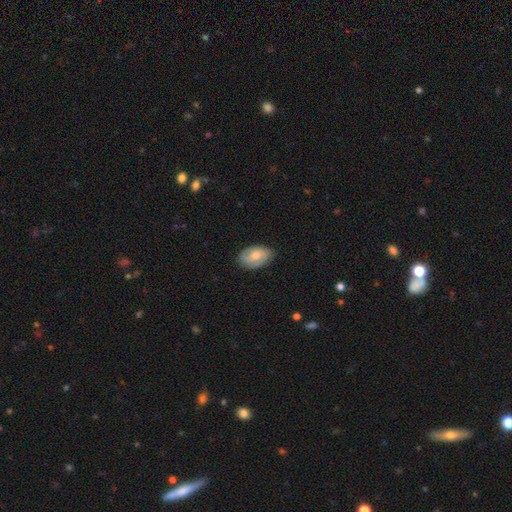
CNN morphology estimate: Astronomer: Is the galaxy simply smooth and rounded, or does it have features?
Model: smooth — 50% (runner-up: featured or disk, 44%).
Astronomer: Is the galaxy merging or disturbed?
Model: none — 79%.